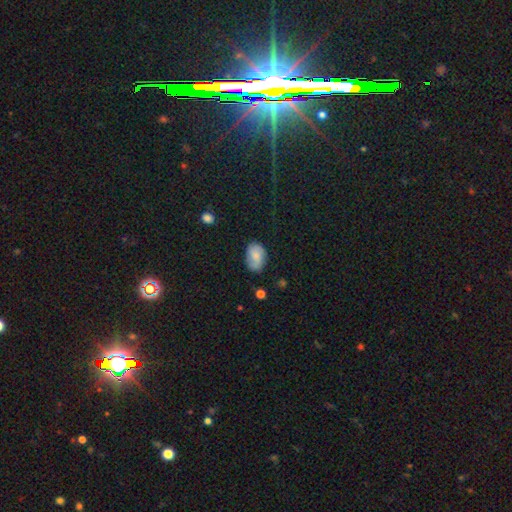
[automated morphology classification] smooth-or-featured: smooth: 73% | featured or disk: 20% | star or artifact: 8%
  how-rounded: in between: 86% | round: 13% | cigar-shaped: 1%
  merging: none: 71% | minor disturbance: 23% | major disturbance: 5% | merger: 2%